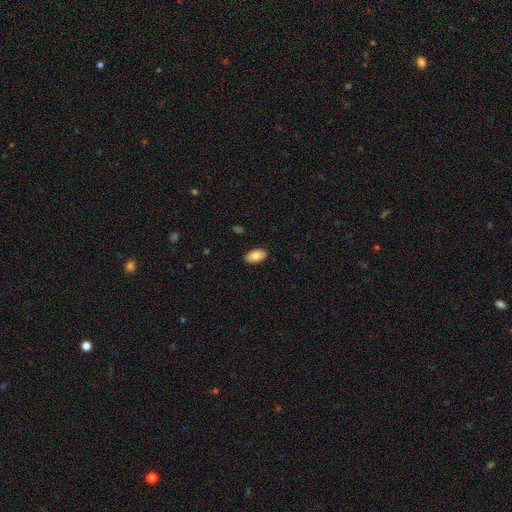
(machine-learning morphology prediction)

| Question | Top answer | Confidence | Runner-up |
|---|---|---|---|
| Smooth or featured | smooth | 86% | star or artifact (7%) |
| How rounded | in between | 95% | round (3%) |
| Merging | none | 89% | minor disturbance (8%) |